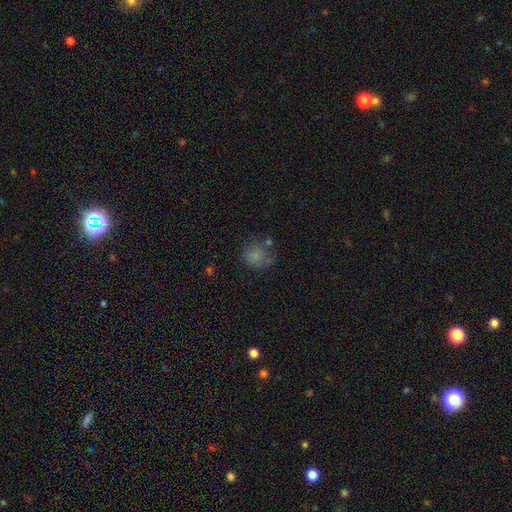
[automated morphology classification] smooth_or_featured: smooth (p=0.76) [alt: star or artifact p=0.12]
how_rounded: round (p=0.80) [alt: in between p=0.19]
merging: none (p=0.55) [alt: minor disturbance p=0.22]